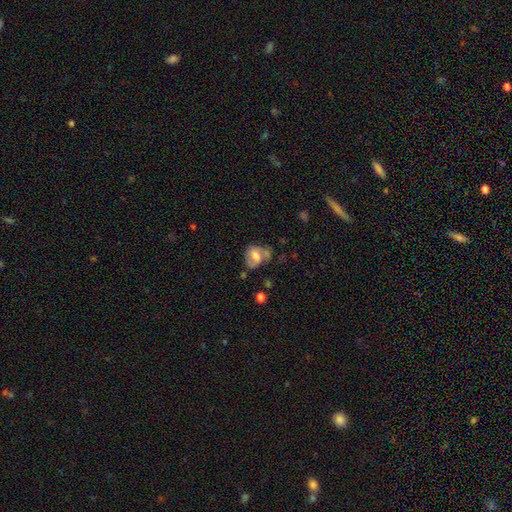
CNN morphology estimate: This is possibly a smooth galaxy (46%). Merging: marginally none (41%).